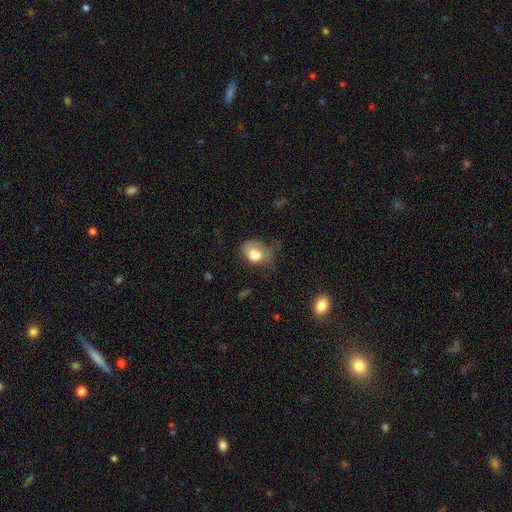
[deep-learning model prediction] Smooth or featured? Predicted: smooth (p=0.72). How rounded? Predicted: in between (p=0.62). Merging? Predicted: major disturbance (p=0.40).